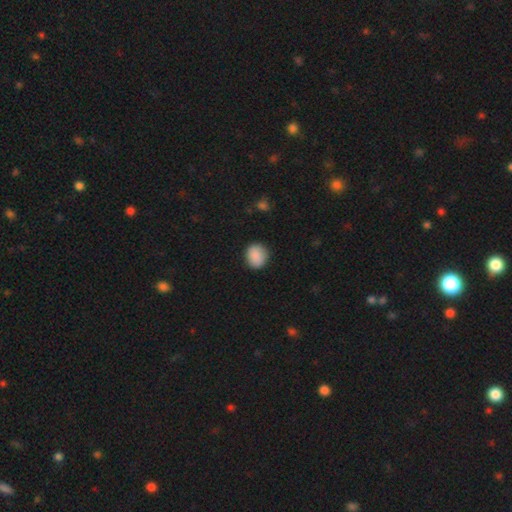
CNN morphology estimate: This appears to be a smooth galaxy with no disk features (89%) that is round (72%). Merging: none (86%).